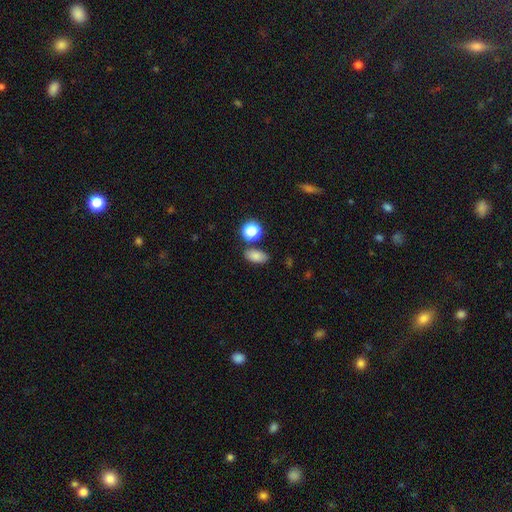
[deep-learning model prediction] A smooth galaxy with no disk features (80%) that is in between round and cigar-shaped (85%). Merging: none (78%).